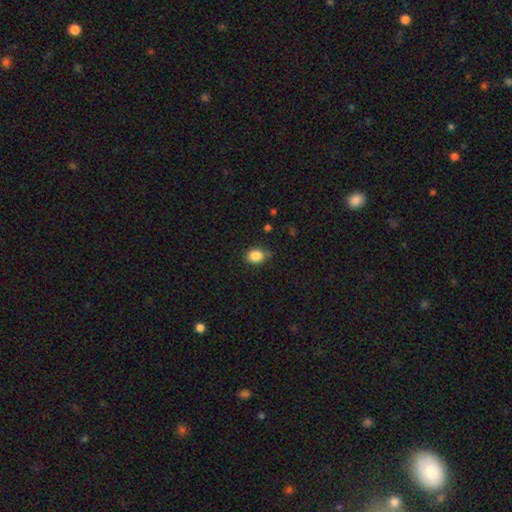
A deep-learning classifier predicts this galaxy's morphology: Smooth or featured?
  - smooth: 86% *
  - star or artifact: 9%
  - featured or disk: 4%
How rounded?
  - in between: 62% *
  - round: 37%
  - cigar-shaped: 1%
Merging?
  - none: 74% *
  - minor disturbance: 21%
  - major disturbance: 4%
  - merger: 1%